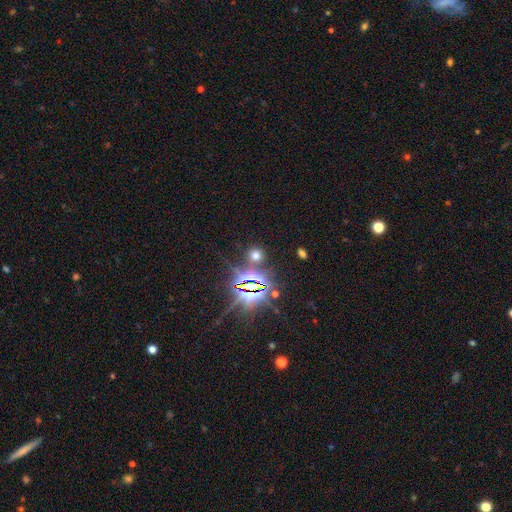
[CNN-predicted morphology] Smooth or featured? smooth (48%)
Merging? none (82%)